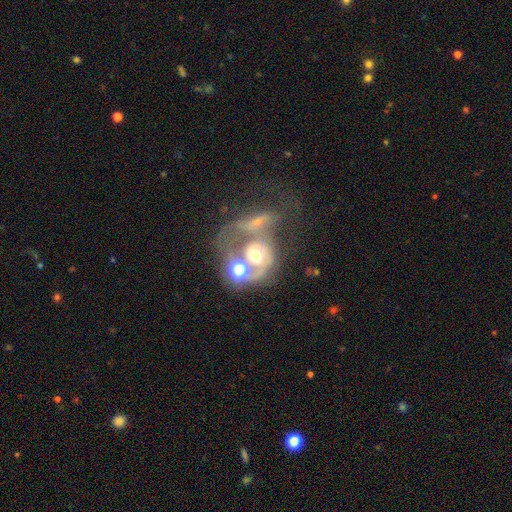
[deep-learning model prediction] This appears to be a featured or disk galaxy (50%). Merging: merger (56%).